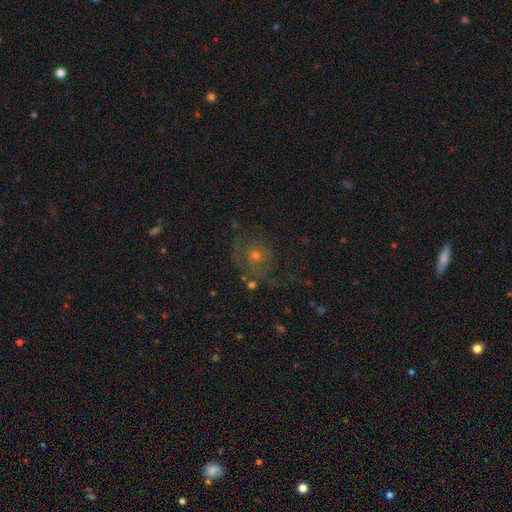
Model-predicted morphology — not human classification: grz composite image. It shows a featured or disk galaxy (60%) with no bar (83%), spiral arms (75%) and a moderate central bulge (49%). Merging: none (52%).